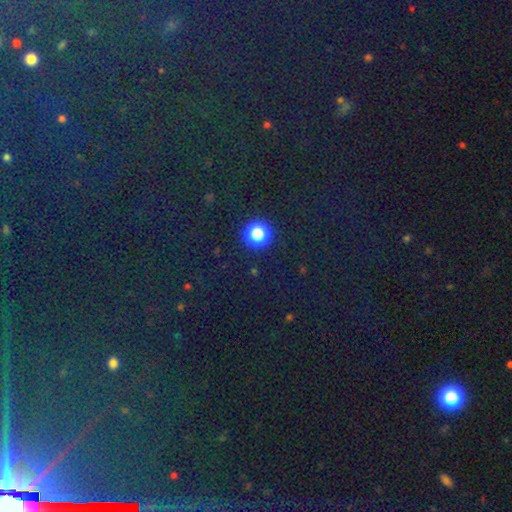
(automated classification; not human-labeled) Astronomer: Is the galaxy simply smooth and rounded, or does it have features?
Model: star or artifact — 65%.